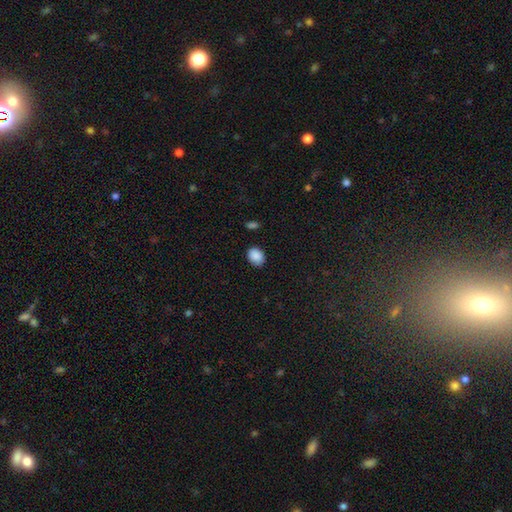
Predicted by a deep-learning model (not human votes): smooth 89%, star or artifact 8%, featured or disk 3%. Down the decision tree: how rounded — in between (52%); merging — none (83%).